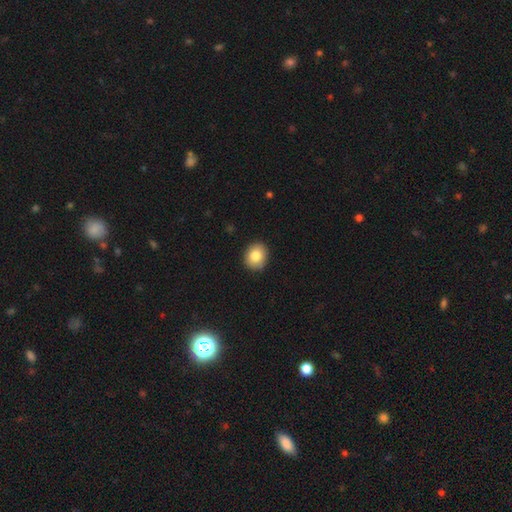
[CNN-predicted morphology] type=smooth (82%); roundness=round (63%); merging=none (90%).